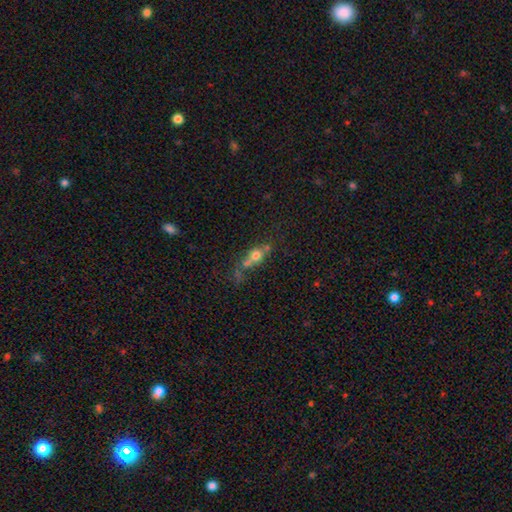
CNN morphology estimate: A smooth galaxy with no disk features (58%) that is round (44%). Merging: merger (39%).